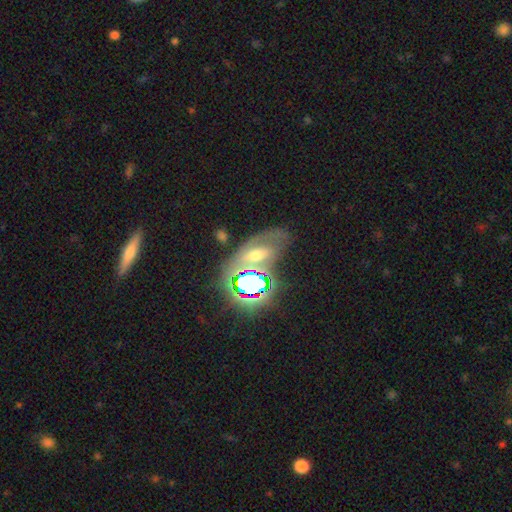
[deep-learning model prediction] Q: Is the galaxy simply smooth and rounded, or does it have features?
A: featured or disk — 42%.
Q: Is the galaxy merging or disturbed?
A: none — 55%.